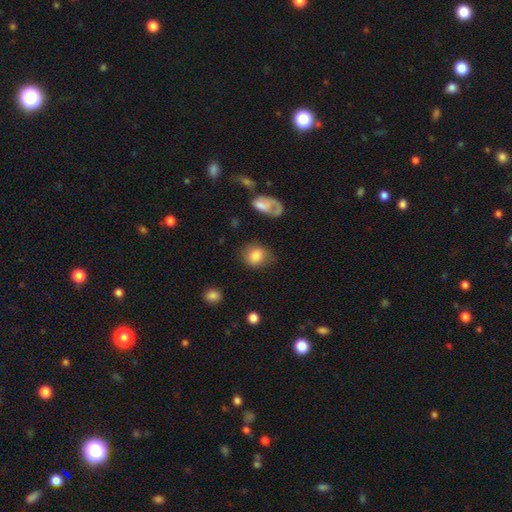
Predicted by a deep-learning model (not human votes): Morphology: type=smooth (78%); roundness=round (62%); merging=none (66%).